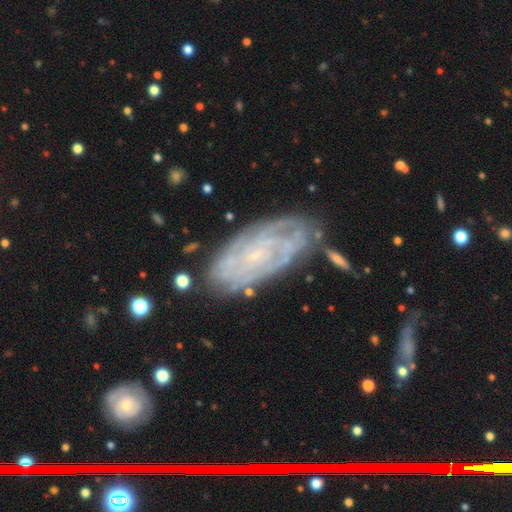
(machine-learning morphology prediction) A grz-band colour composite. It shows a featured or disk galaxy (78%) with no bar (71%), tight (76%) spiral arms (90%) and a small central bulge (82%). Merging: none (72%).